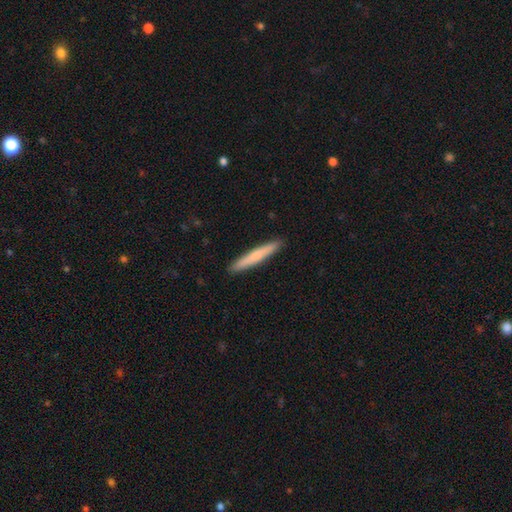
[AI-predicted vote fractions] A smooth galaxy with no disk features (62%) that is cigar-shaped (96%).

Vote fractions:
- Smooth or featured? smooth: 62% / featured or disk: 33% / star or artifact: 5%
- How rounded? cigar-shaped: 96% / in between: 3% / round: 1%
- Merging? none: 92% / minor disturbance: 6% / major disturbance: 1% / merger: 1%